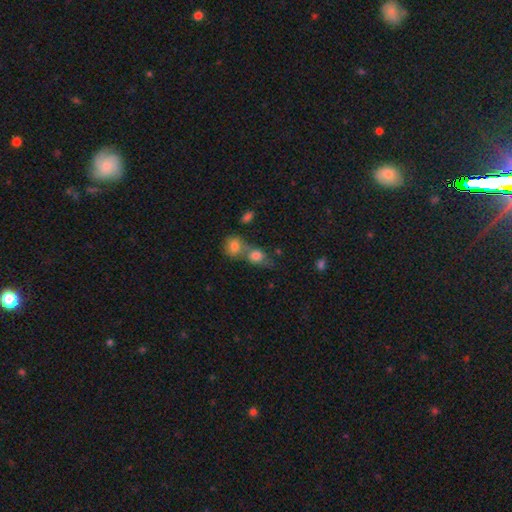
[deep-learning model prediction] Morphology: type=smooth (78%); roundness=in between (57%); merging=merger (54%).